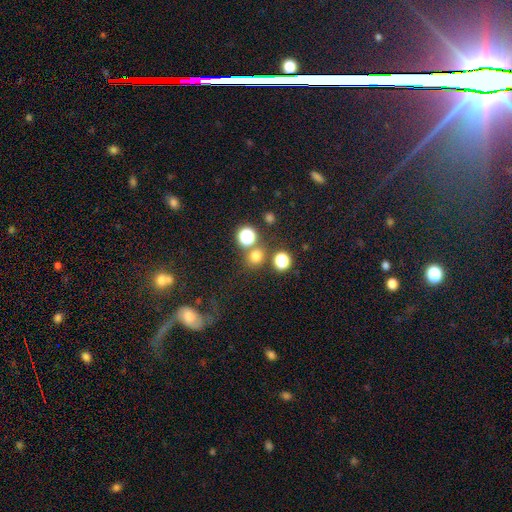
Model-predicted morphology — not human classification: smooth-or-featured: smooth: 69% | star or artifact: 24% | featured or disk: 7%
  how-rounded: round: 83% | in between: 16% | cigar-shaped: 1%
  merging: none: 73% | merger: 15% | minor disturbance: 8% | major disturbance: 4%